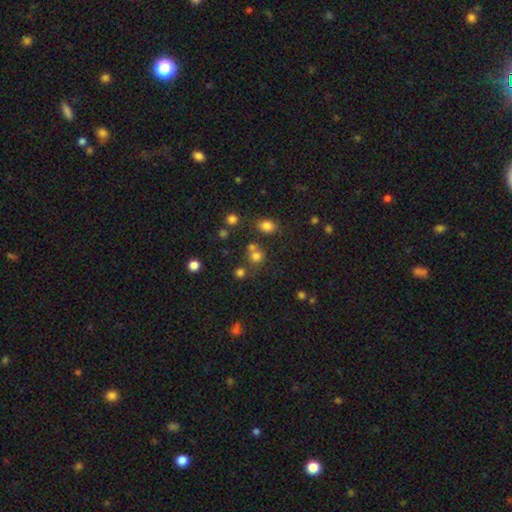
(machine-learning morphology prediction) Smooth or featured? Predicted: smooth (p=0.71). How rounded? Predicted: round (p=0.83). Merging? Predicted: none (p=0.61).